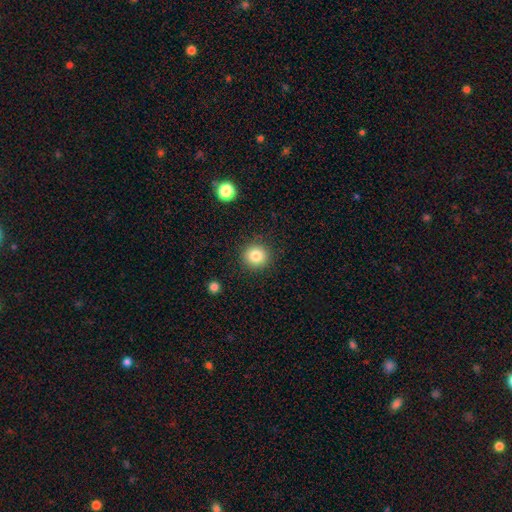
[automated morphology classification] type=smooth (83%); roundness=round (93%); merging=none (90%).